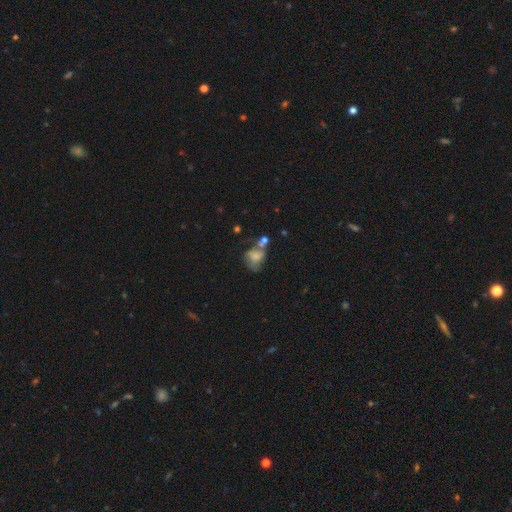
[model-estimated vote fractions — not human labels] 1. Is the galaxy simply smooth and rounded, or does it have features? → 49% smooth, 39% featured or disk, 12% star or artifact.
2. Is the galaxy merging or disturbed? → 28% none, 25% merger, 25% major disturbance, 22% minor disturbance.